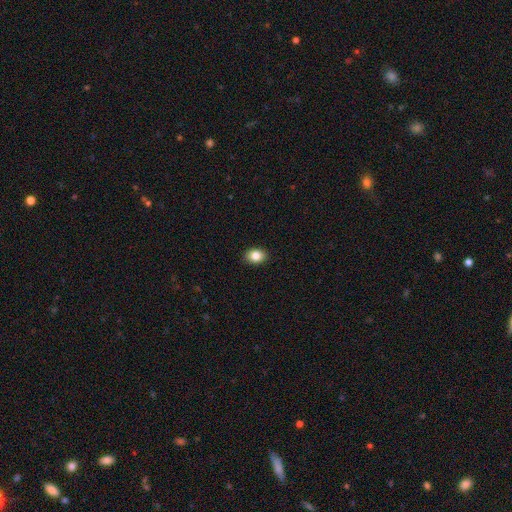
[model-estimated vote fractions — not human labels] Smooth or featured? smooth (85%)
How rounded? in between (69%)
Merging? none (90%)